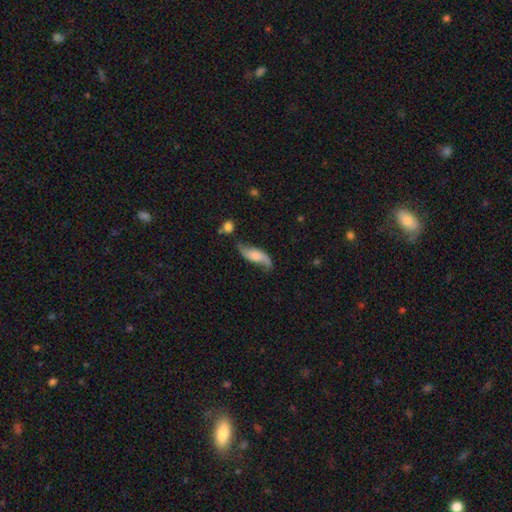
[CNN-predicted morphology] This appears to be a featured or disk galaxy (63%) with no bar (62%), spiral arms (91%) and a moderate central bulge (30%). Merging: none (58%).